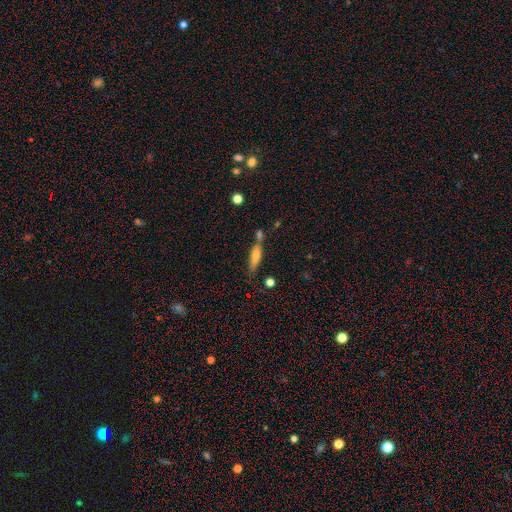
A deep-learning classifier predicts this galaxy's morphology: This appears to be a smooth galaxy with no disk features (68%) that is cigar-shaped (68%). Merging: none (52%).